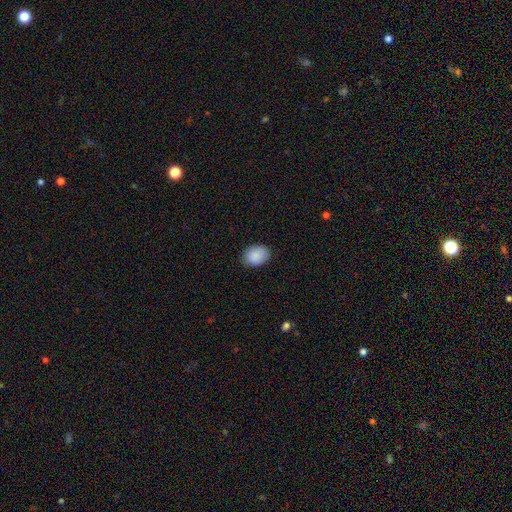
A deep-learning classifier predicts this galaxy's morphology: A smooth galaxy with no disk features (89%) that is in between round and cigar-shaped (72%). Merging: none (84%).